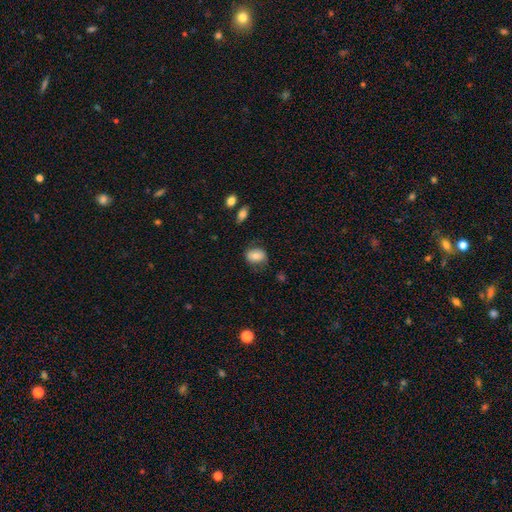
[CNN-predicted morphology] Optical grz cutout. It shows a smooth galaxy with no disk features (76%) that is in between round and cigar-shaped (69%). Merging: none (70%).